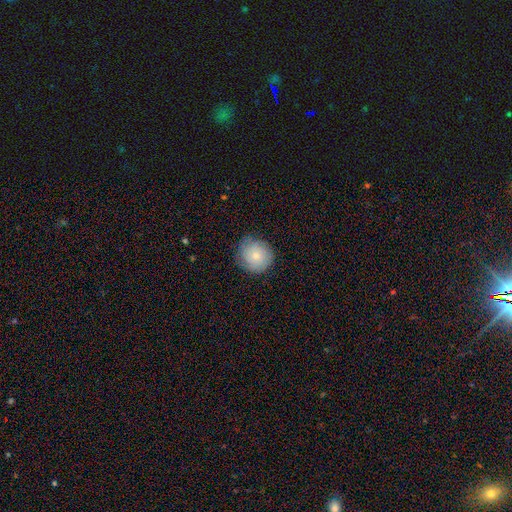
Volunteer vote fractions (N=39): smooth_or_featured: smooth (p=0.59) [alt: featured or disk p=0.36]
how_rounded: round (p=0.91) [alt: in between p=0.09]
merging: none (p=0.59) [alt: minor disturbance p=0.38]